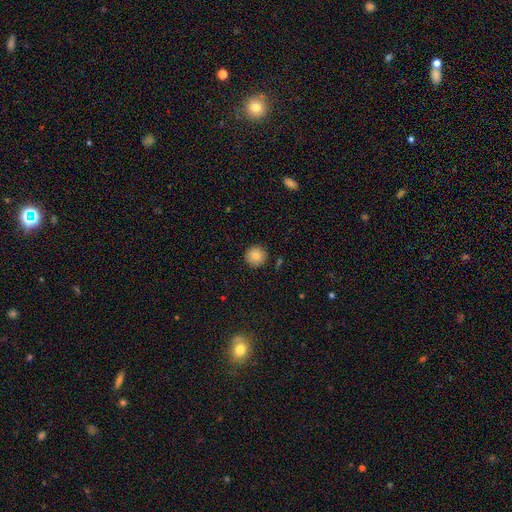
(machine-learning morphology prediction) Smooth or featured: smooth — 86% (star or artifact — 9%)
How rounded: round — 95% (in between — 4%)
Merging: none — 90% (minor disturbance — 7%)